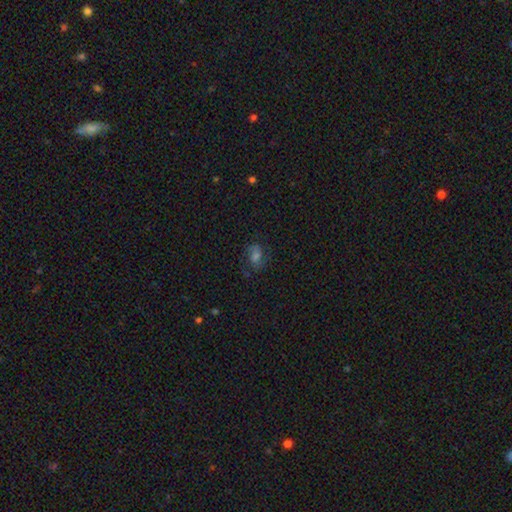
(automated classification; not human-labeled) smooth_or_featured: featured or disk (p=0.43) [alt: smooth p=0.36]
merging: none (p=0.73) [alt: minor disturbance p=0.16]